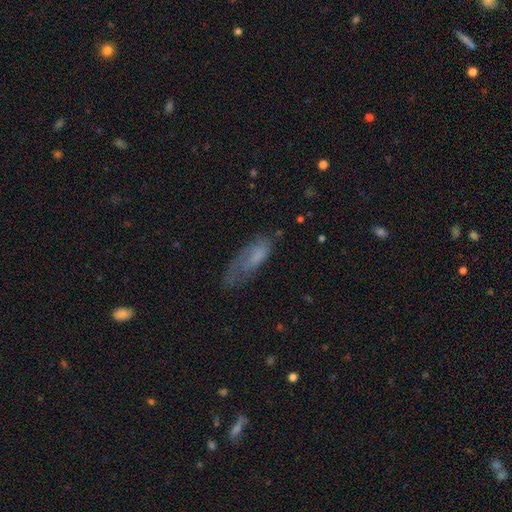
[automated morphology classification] smooth 65%, featured or disk 26%, star or artifact 9%. Down the decision tree: how rounded — in between (63%); merging — none (39%).